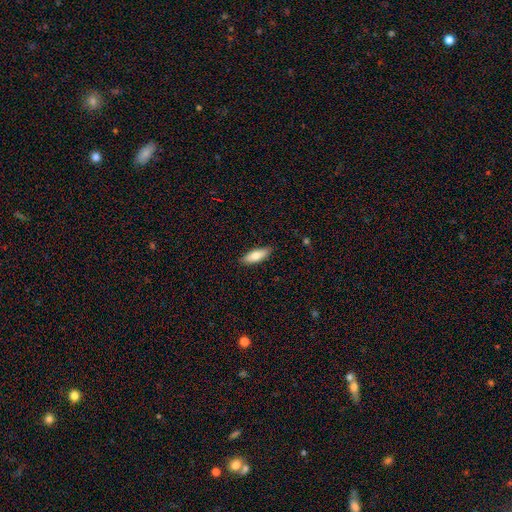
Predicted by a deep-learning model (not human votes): Overall: smooth (79%). How rounded: in between (65%; cigar-shaped 33%). Merging: none (87%).